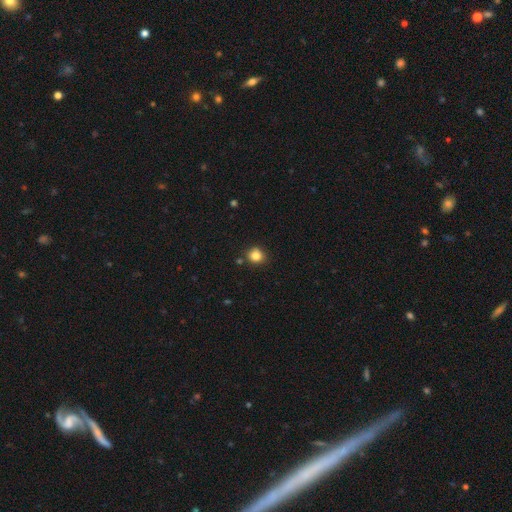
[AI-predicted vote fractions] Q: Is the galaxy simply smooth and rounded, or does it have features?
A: smooth — 83%.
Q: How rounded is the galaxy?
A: round — 84%.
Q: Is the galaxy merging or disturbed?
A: none — 83%.